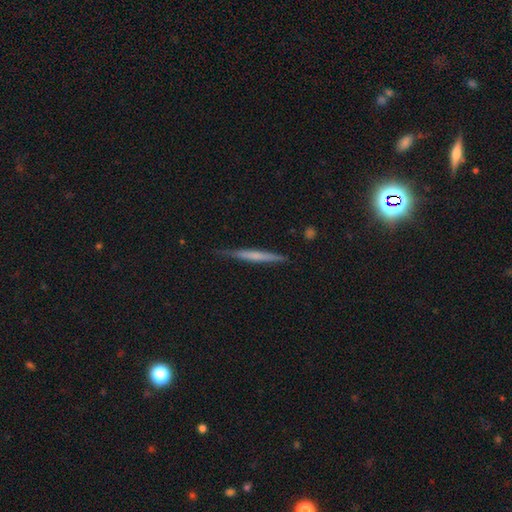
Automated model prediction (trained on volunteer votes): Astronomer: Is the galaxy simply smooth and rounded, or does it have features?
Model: smooth — 49% (runner-up: featured or disk, 45%).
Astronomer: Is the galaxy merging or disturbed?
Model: none — 83%.